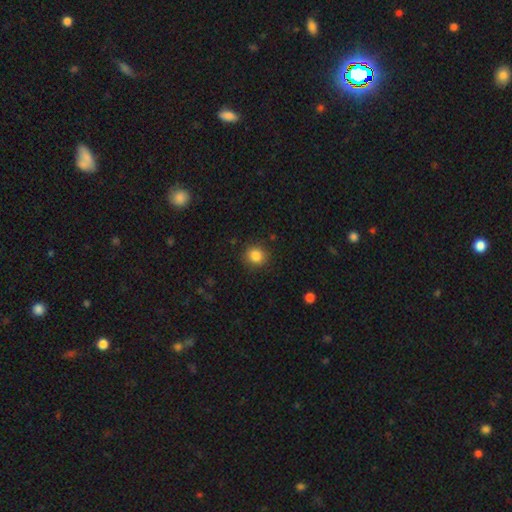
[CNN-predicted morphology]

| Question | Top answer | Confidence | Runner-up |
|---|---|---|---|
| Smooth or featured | smooth | 85% | star or artifact (10%) |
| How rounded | round | 86% | in between (13%) |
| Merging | none | 88% | minor disturbance (8%) |